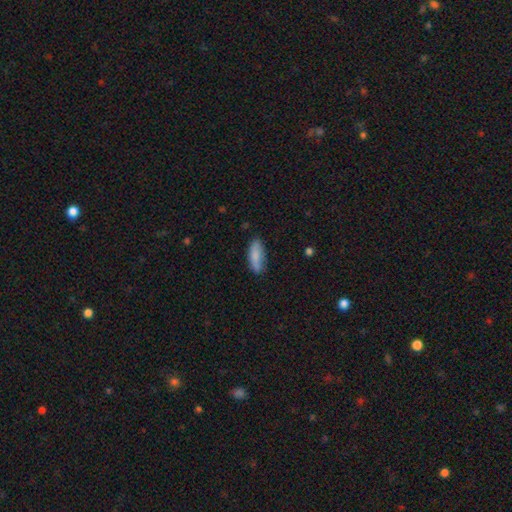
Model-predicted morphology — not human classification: Smooth or featured?
  - smooth: 82% *
  - featured or disk: 12%
  - star or artifact: 6%
How rounded?
  - in between: 67% *
  - cigar-shaped: 31%
  - round: 2%
Merging?
  - none: 75% *
  - minor disturbance: 19%
  - major disturbance: 4%
  - merger: 2%